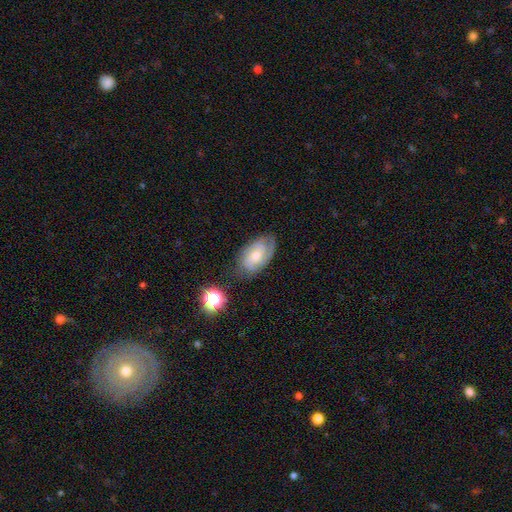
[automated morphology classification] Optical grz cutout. It shows a featured or disk galaxy (68%) with no bar (65%), 2 (42%) tight (52%) spiral arms (93%) and a small central bulge (51%). Merging: none (70%).